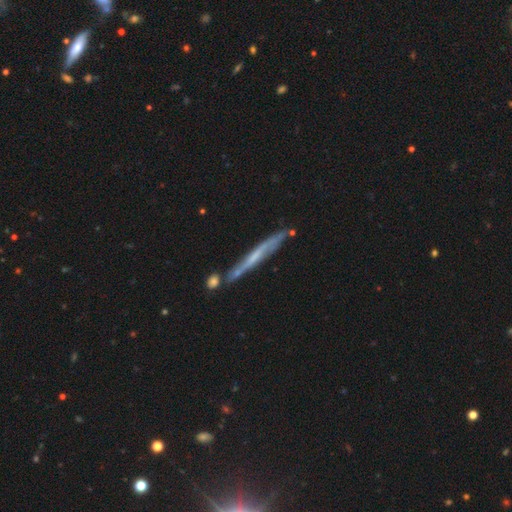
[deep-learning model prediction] featured or disk 64%, smooth 29%, star or artifact 7%. Down the decision tree: edge-on disk — yes (88%); edge-on bulge — none (73%); merging — none (66%).